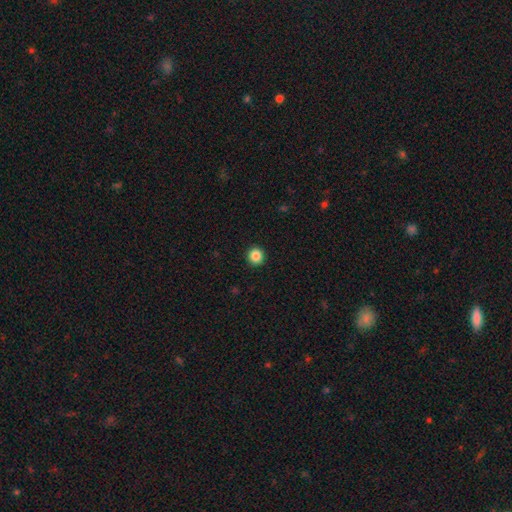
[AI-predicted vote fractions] Smooth or featured? Predicted: smooth (p=0.86). How rounded? Predicted: round (p=0.94). Merging? Predicted: none (p=0.93).